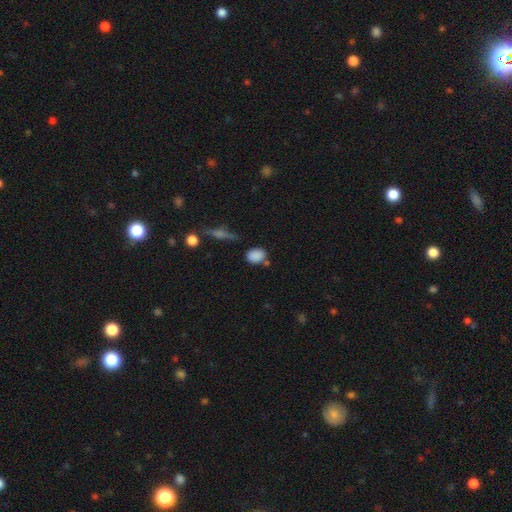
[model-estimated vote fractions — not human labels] Smooth or featured? smooth (85%)
How rounded? in between (60%)
Merging? none (71%)